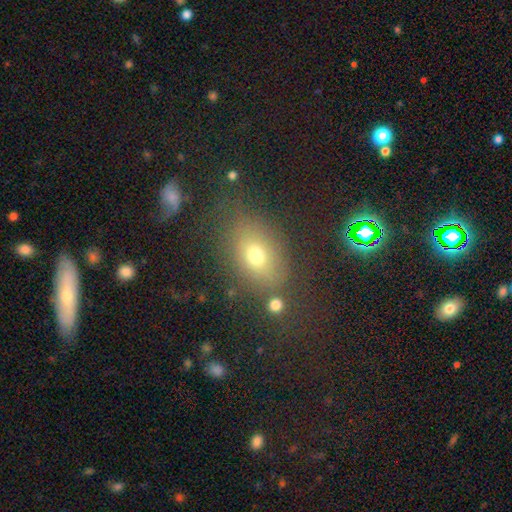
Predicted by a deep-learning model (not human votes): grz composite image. It shows a smooth galaxy with no disk features (69%) that is in between round and cigar-shaped (68%). Merging: none (67%).